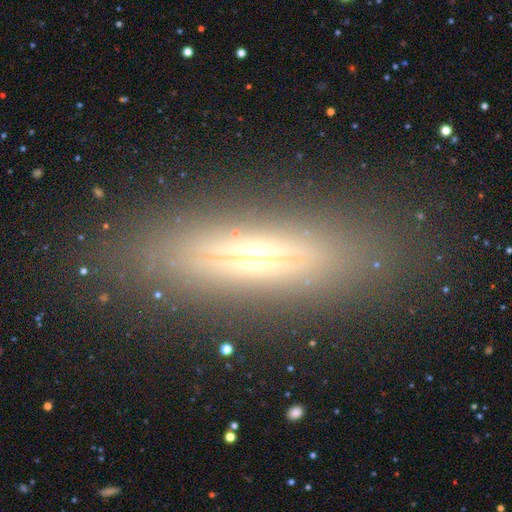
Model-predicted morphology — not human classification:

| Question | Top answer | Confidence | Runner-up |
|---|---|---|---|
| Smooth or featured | featured or disk | 53% | smooth (33%) |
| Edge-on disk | yes | 76% | no (24%) |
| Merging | none | 83% | minor disturbance (11%) |